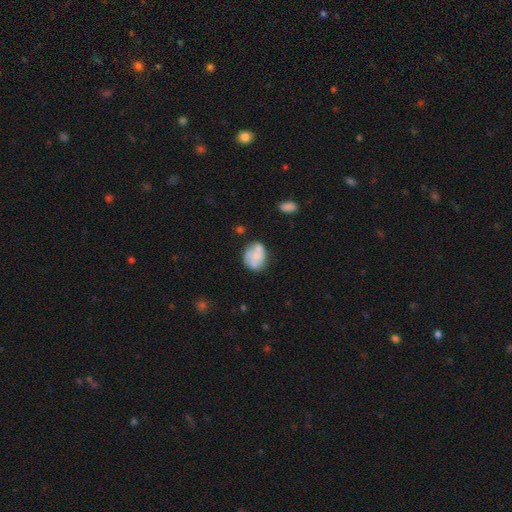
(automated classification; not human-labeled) smooth_or_featured: smooth (p=0.57) [alt: featured or disk p=0.34]
how_rounded: in between (p=0.53) [alt: round p=0.45]
merging: none (p=0.50) [alt: minor disturbance p=0.26]